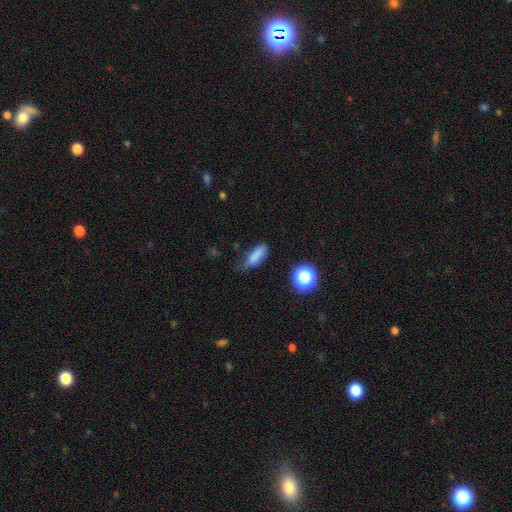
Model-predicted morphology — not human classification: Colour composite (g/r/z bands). It shows a smooth galaxy with no disk features (79%) that is in between round and cigar-shaped (58%). Merging: none (46%).